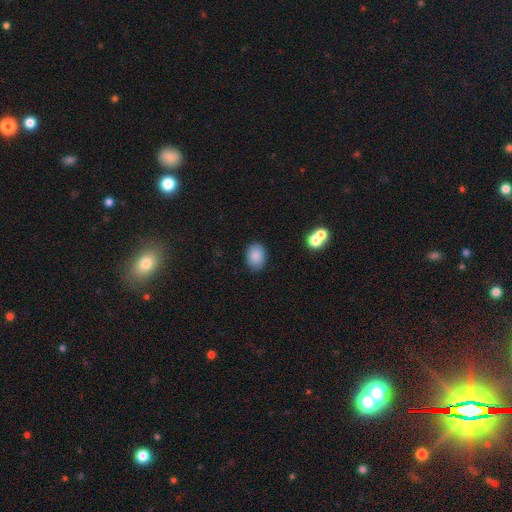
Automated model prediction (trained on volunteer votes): Q: Smooth or featured?
A: smooth (86%); runner-up: star or artifact (9%)
Q: How rounded?
A: in between (70%); runner-up: round (29%)
Q: Merging?
A: none (84%); runner-up: minor disturbance (11%)